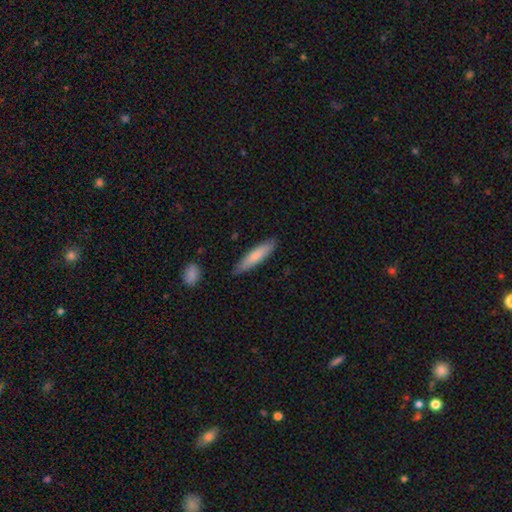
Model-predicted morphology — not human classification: A smooth galaxy with no disk features (75%) that is cigar-shaped (82%). Merging: none (84%).